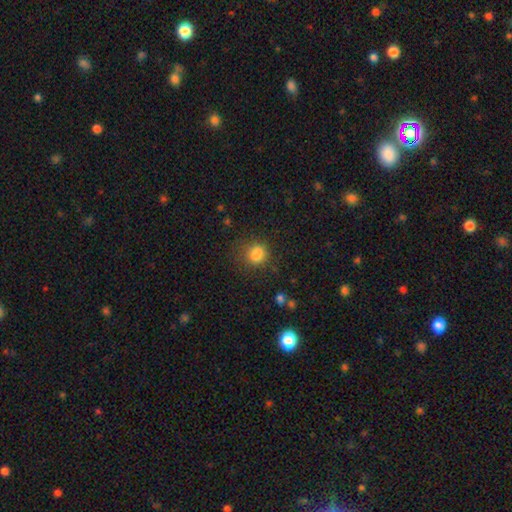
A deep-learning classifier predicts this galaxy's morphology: A smooth galaxy with no disk features (82%) that is round (72%). Merging: none (68%).